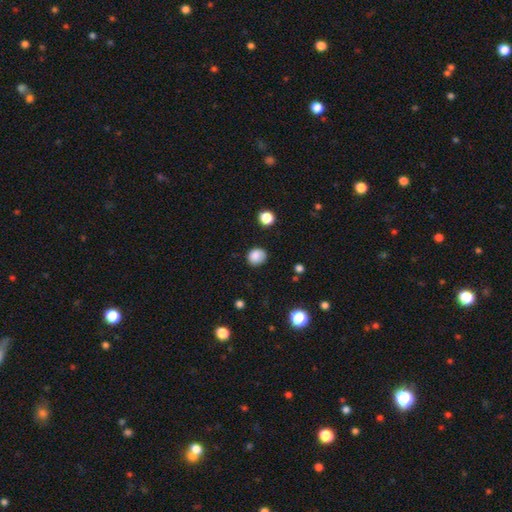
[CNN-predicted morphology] Smooth or featured: smooth — 86% (star or artifact — 10%)
How rounded: round — 72% (in between — 27%)
Merging: none — 81% (minor disturbance — 14%)